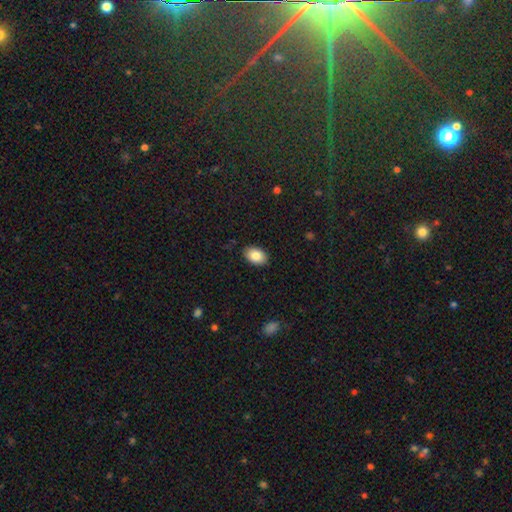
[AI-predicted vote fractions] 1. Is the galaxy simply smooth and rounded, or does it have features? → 86% smooth, 7% featured or disk, 7% star or artifact.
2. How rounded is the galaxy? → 88% in between, 11% round, 1% cigar-shaped.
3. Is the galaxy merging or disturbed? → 88% none, 9% minor disturbance, 2% major disturbance, 1% merger.